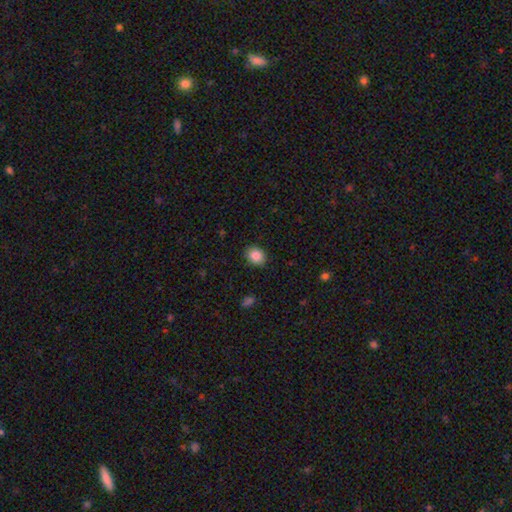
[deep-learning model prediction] A smooth galaxy with no disk features (87%) that is round (51%).

Vote fractions:
- Smooth or featured? smooth: 87% / star or artifact: 9% / featured or disk: 4%
- How rounded? round: 51% / in between: 48% / cigar-shaped: 1%
- Merging? none: 89% / minor disturbance: 8% / major disturbance: 2% / merger: 1%